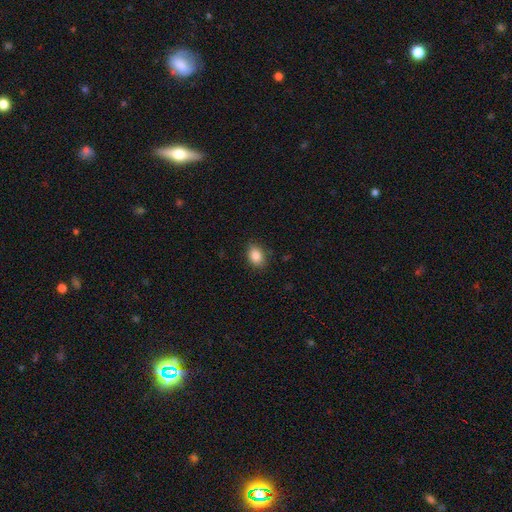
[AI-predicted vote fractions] Q: Smooth or featured?
A: smooth (87%); runner-up: star or artifact (8%)
Q: How rounded?
A: in between (77%); runner-up: round (22%)
Q: Merging?
A: none (84%); runner-up: minor disturbance (12%)